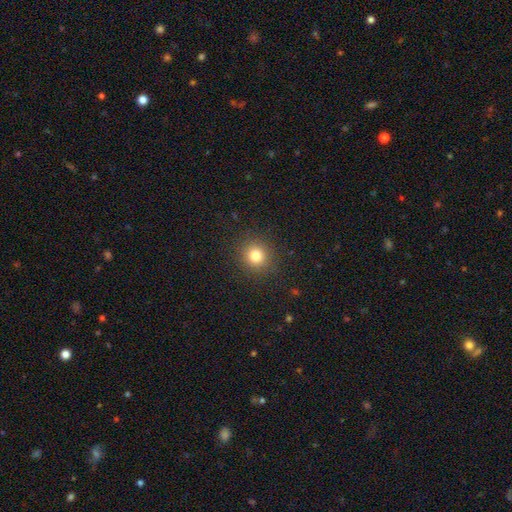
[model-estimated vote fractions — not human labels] Morphology: type=smooth (80%); roundness=round (91%); merging=none (90%).